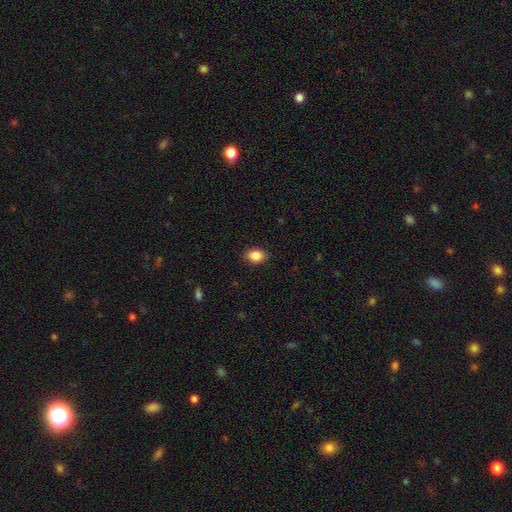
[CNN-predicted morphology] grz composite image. It shows a smooth galaxy with no disk features (87%) that is in between round and cigar-shaped (70%). Merging: none (88%).